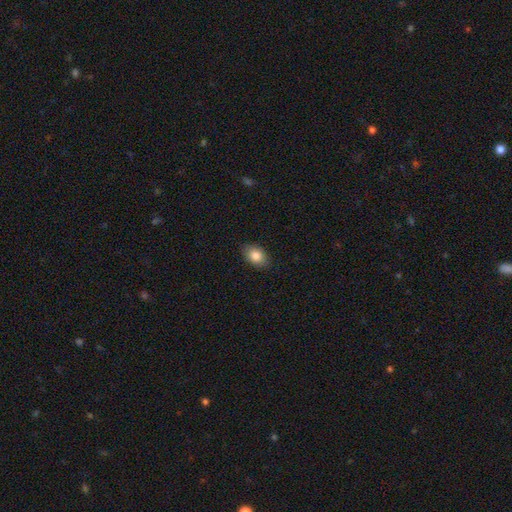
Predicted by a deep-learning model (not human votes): Smooth or featured? smooth (84%)
How rounded? in between (82%)
Merging? none (86%)